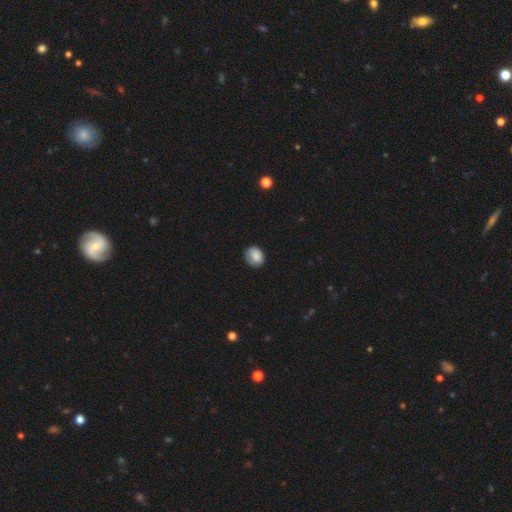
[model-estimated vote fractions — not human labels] Overall: smooth (84%). How rounded: in between (50%; round 49%). Merging: none (72%).